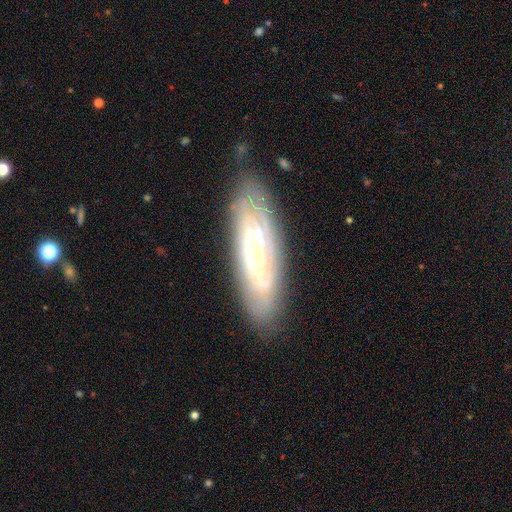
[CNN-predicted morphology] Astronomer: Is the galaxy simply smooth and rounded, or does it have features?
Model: featured or disk — 73%.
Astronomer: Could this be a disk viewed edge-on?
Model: no — 76%.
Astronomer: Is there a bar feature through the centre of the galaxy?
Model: no — 65%.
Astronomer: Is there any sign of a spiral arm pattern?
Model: yes — 66%.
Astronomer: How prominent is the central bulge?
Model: small — 48% (runner-up: moderate, 45%).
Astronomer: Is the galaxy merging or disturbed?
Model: none — 79%.